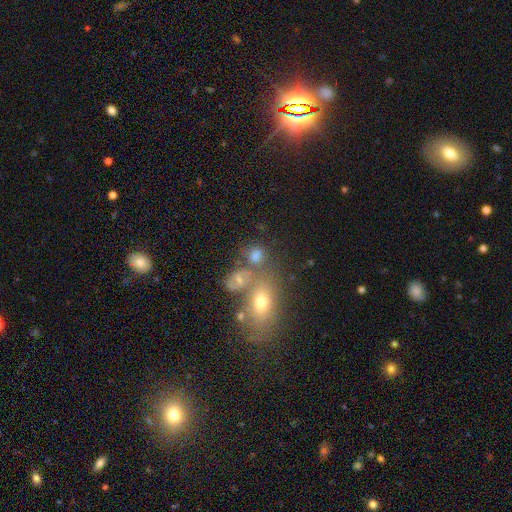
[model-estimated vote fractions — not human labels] The model was most divided on "how rounded": round: 54%, in between: 44%, cigar-shaped: 2%. Remaining: smooth or featured — smooth (66%); merging — none (45%).